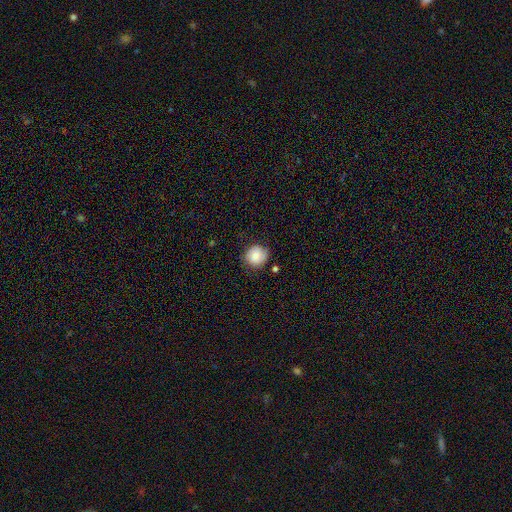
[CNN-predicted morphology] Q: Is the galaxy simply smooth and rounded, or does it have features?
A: smooth — 75%.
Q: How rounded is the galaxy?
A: round — 86%.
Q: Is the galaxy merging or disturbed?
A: none — 76%.